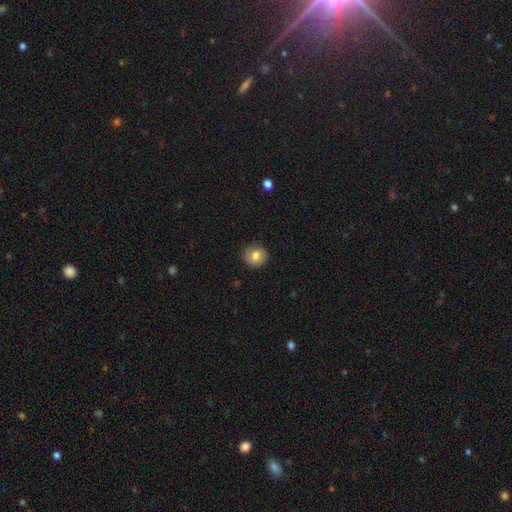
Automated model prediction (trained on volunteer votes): This appears to be a smooth galaxy with no disk features (77%) that is round (86%). Merging: none (85%).